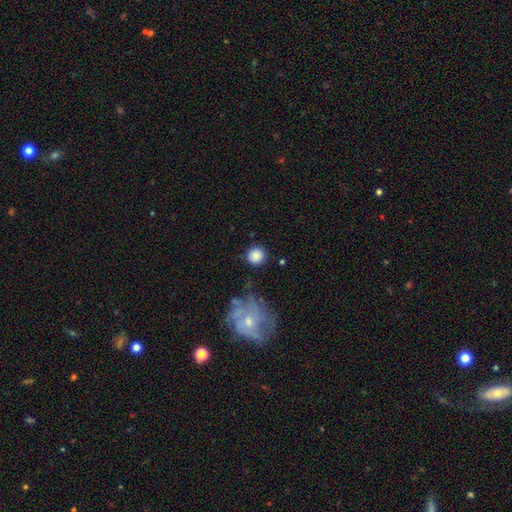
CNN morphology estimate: Smooth or featured: smooth — 84% (star or artifact — 8%)
How rounded: round — 93% (in between — 6%)
Merging: none — 83% (minor disturbance — 10%)